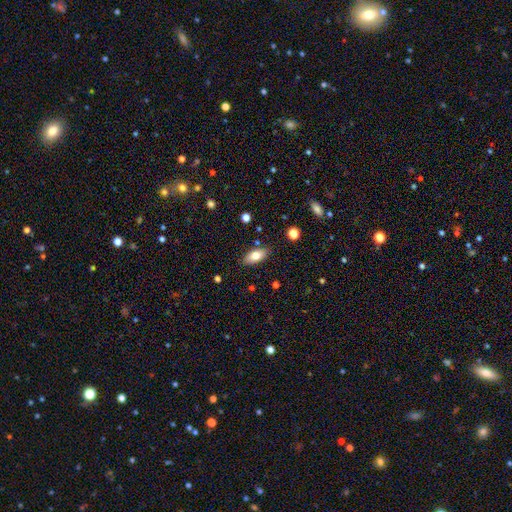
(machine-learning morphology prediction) Smooth or featured: smooth — 76% (featured or disk — 17%)
How rounded: in between — 88% (cigar-shaped — 9%)
Merging: none — 85% (minor disturbance — 11%)